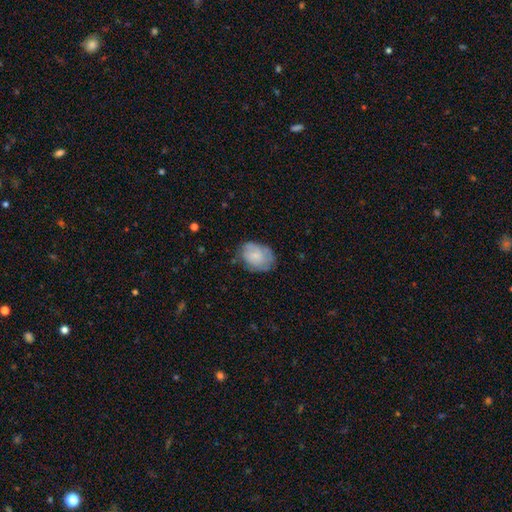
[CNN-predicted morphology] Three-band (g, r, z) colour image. It shows a smooth galaxy with no disk features (67%) that is in between round and cigar-shaped (71%). Merging: none (62%).